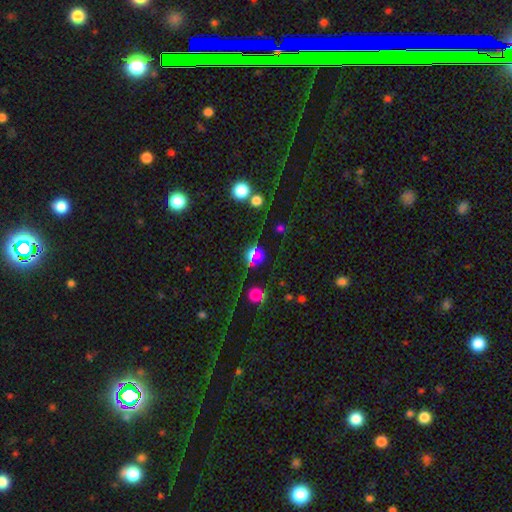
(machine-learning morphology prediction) The model was most divided on "smooth or featured": star or artifact: 44%, smooth: 43%, featured or disk: 13%.